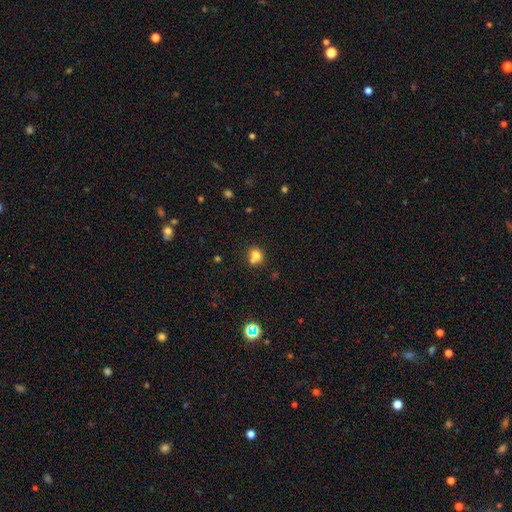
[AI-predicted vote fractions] Smooth or featured?
  - smooth: 74% *
  - star or artifact: 14%
  - featured or disk: 12%
How rounded?
  - round: 72% *
  - in between: 27%
  - cigar-shaped: 1%
Merging?
  - none: 47% *
  - merger: 40%
  - minor disturbance: 9%
  - major disturbance: 3%